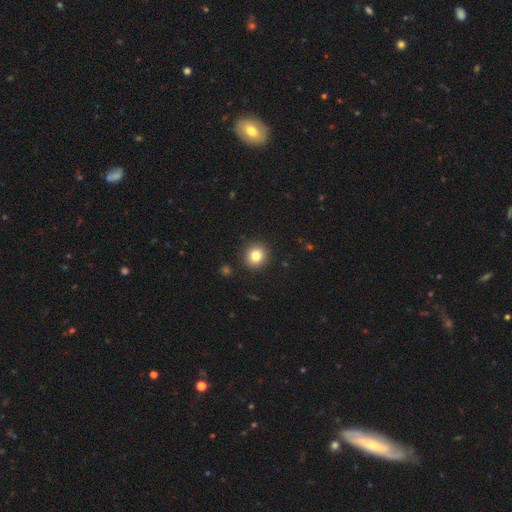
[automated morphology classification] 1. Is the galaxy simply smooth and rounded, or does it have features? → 82% smooth, 11% star or artifact, 7% featured or disk.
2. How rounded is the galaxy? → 90% round, 9% in between, 1% cigar-shaped.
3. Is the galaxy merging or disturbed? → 91% none, 6% minor disturbance, 2% major disturbance, 1% merger.